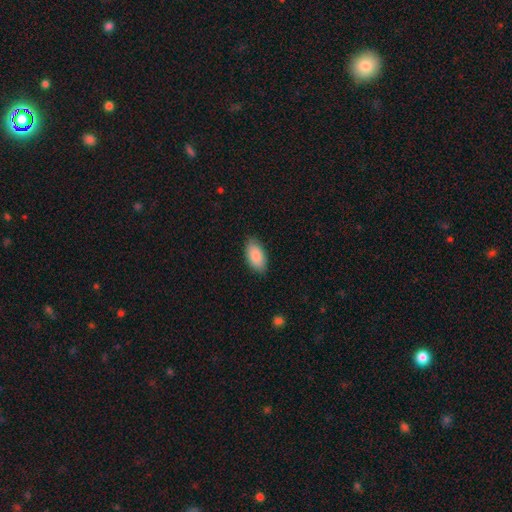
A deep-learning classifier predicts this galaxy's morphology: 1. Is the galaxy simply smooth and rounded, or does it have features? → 88% smooth, 6% star or artifact, 6% featured or disk.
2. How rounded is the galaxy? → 94% in between, 4% cigar-shaped, 2% round.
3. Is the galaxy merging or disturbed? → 85% none, 12% minor disturbance, 2% major disturbance, 1% merger.